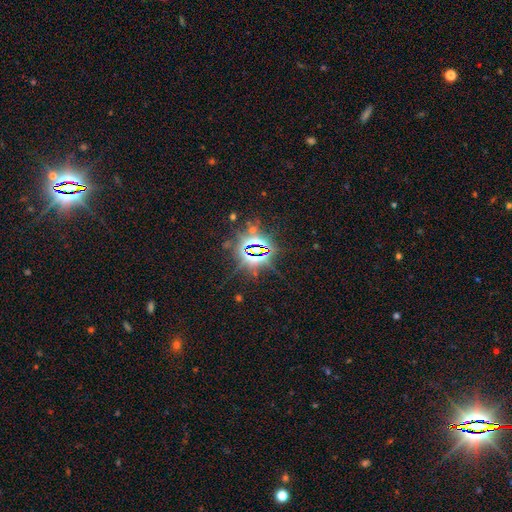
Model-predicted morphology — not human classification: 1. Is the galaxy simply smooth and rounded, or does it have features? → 84% star or artifact, 8% featured or disk, 8% smooth.